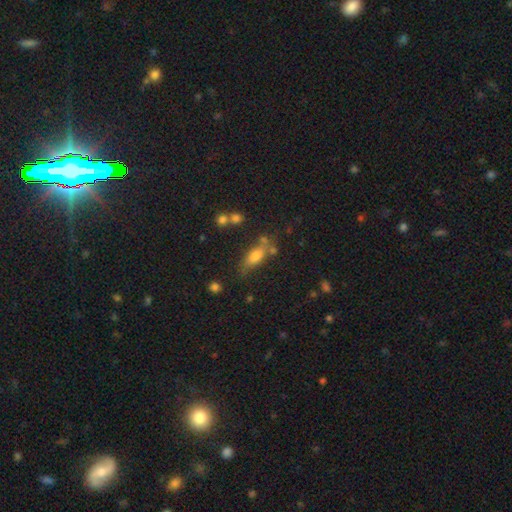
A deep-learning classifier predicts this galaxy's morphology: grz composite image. It shows a smooth galaxy with no disk features (69%) that is in between round and cigar-shaped (70%). Merging: none (57%).